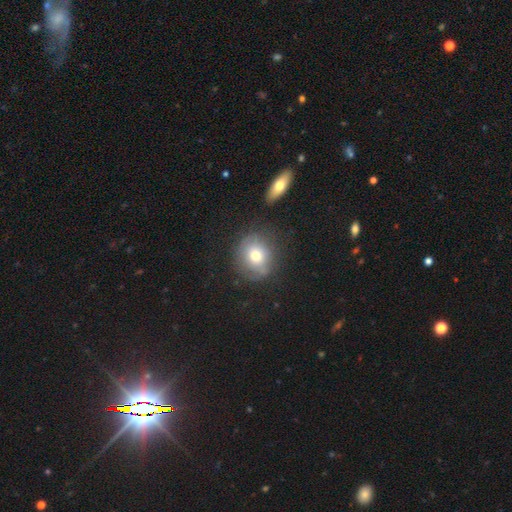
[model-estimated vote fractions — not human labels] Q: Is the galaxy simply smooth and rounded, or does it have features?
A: smooth — 66%.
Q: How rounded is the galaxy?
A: round — 82%.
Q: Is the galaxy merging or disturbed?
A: none — 71%.